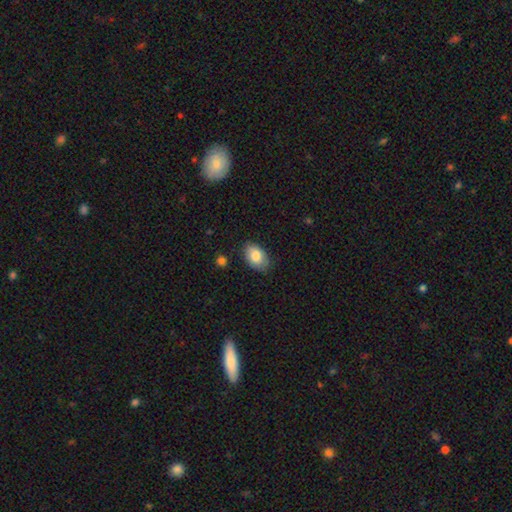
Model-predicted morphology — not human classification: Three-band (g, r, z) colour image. It shows a smooth galaxy with no disk features (83%) that is in between round and cigar-shaped (89%). Merging: none (81%).